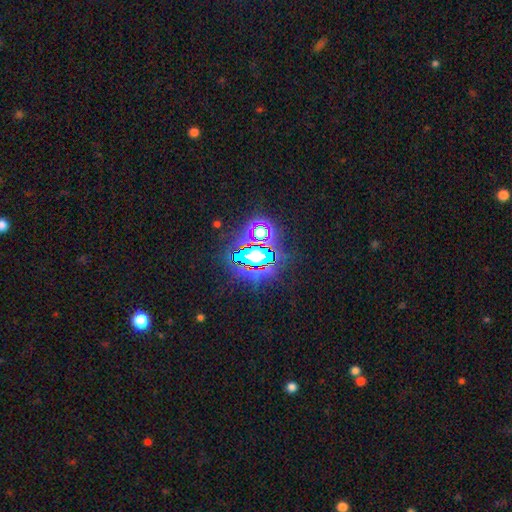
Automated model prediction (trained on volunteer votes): star or artifact 75%, smooth 14%, featured or disk 11%.